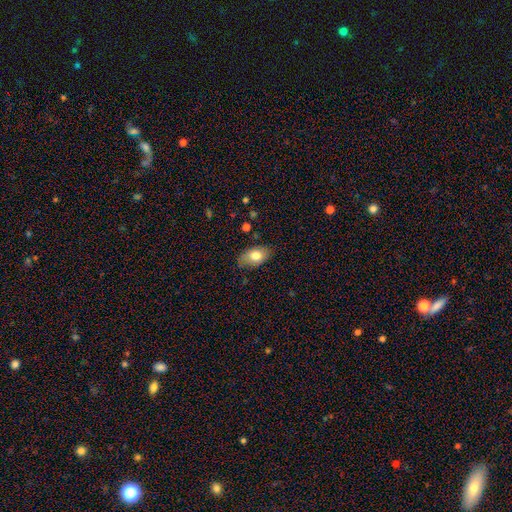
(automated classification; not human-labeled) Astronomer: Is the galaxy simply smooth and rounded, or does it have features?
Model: smooth — 78%.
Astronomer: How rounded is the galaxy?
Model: in between — 91%.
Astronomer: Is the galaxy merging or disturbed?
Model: none — 80%.